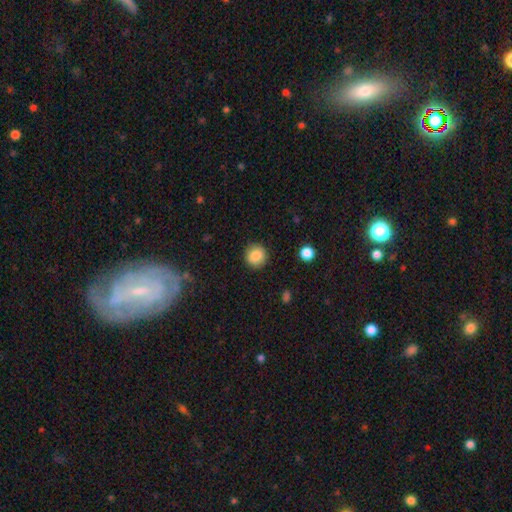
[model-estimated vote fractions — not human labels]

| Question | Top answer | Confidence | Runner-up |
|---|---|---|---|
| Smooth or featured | smooth | 86% | star or artifact (9%) |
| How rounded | round | 90% | in between (9%) |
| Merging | none | 90% | minor disturbance (7%) |